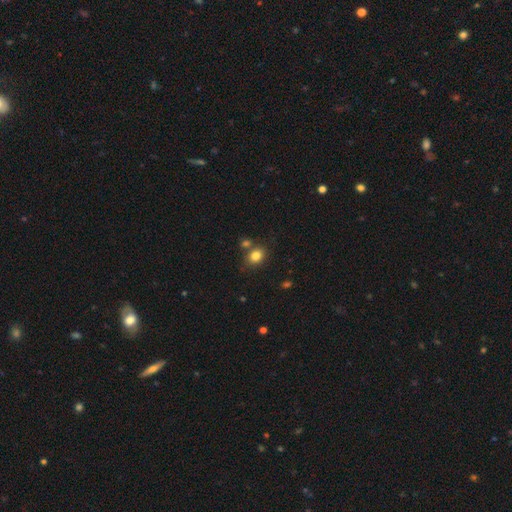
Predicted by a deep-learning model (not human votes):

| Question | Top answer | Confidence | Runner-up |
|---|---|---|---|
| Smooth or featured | smooth | 82% | star or artifact (11%) |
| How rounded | in between | 55% | round (44%) |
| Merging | none | 66% | merger (17%) |